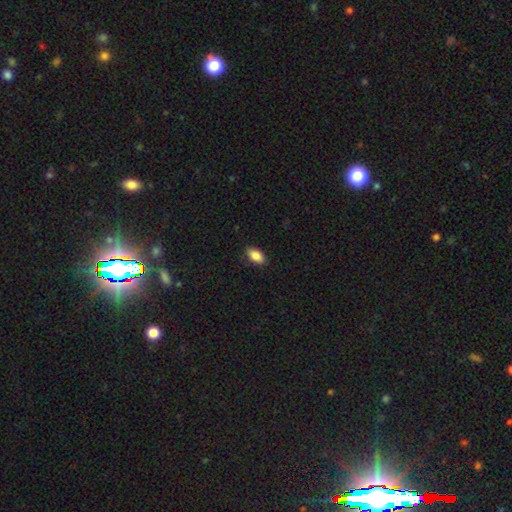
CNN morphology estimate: Smooth or featured?
  - smooth: 87% *
  - star or artifact: 7%
  - featured or disk: 5%
How rounded?
  - in between: 92% *
  - round: 5%
  - cigar-shaped: 4%
Merging?
  - none: 86% *
  - minor disturbance: 11%
  - major disturbance: 2%
  - merger: 1%